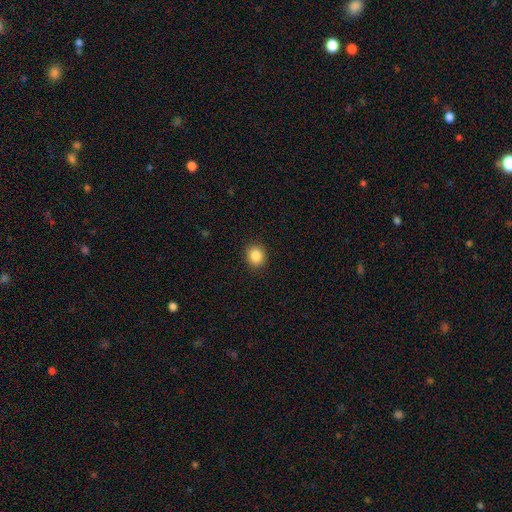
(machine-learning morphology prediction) This appears to be a smooth galaxy with no disk features (86%) that is round (70%). Merging: none (90%).